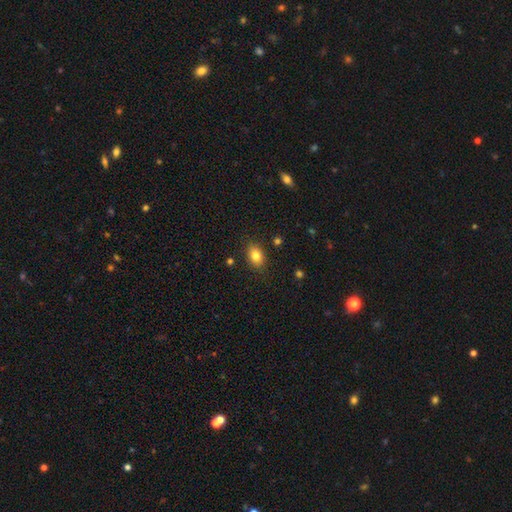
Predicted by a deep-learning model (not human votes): Smooth or featured? smooth (83%)
How rounded? in between (78%)
Merging? none (85%)